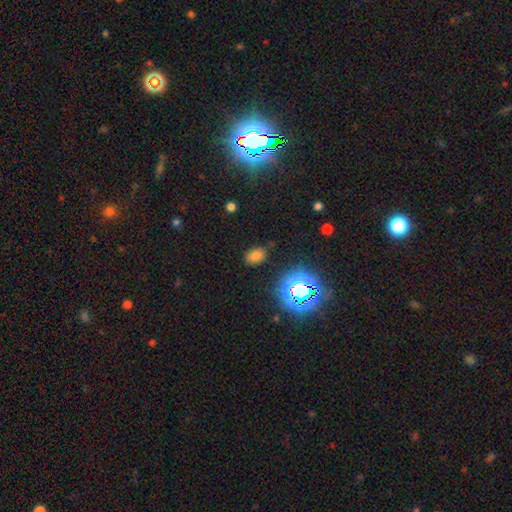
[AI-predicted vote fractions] This appears to be a smooth galaxy with no disk features (68%) that is in between round and cigar-shaped (83%). Merging: none (82%).